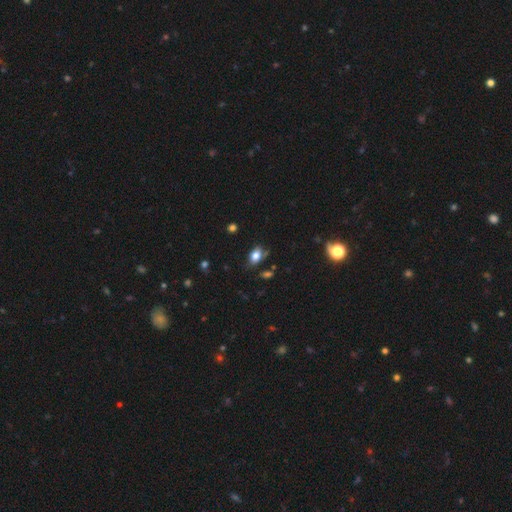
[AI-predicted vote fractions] smooth 78%, featured or disk 12%, star or artifact 10%. Down the decision tree: how rounded — in between (85%); merging — none (66%).